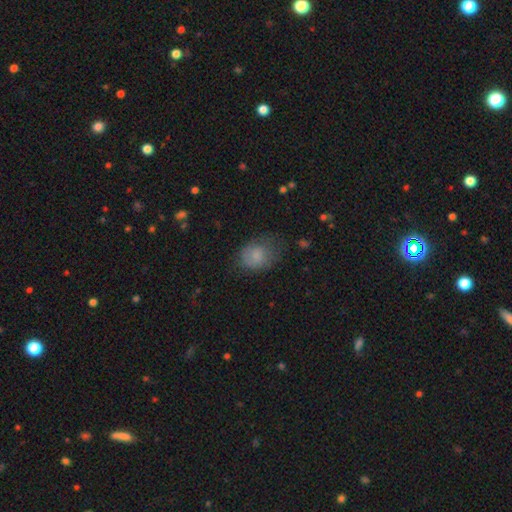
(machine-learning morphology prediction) type=smooth (78%); roundness=in between (55%); merging=none (54%).